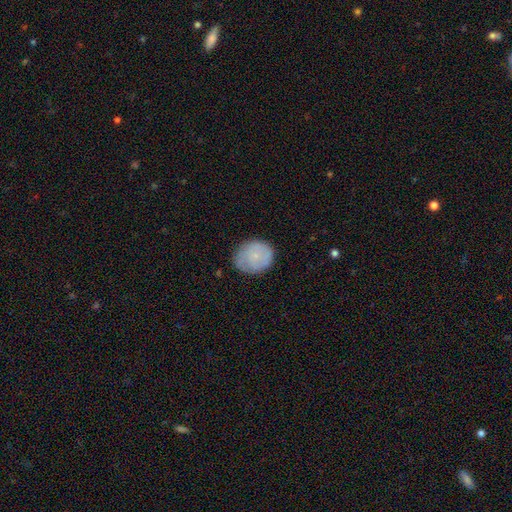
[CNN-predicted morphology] smooth 70%, featured or disk 23%, star or artifact 7%. Down the decision tree: how rounded — round (74%); merging — none (72%).